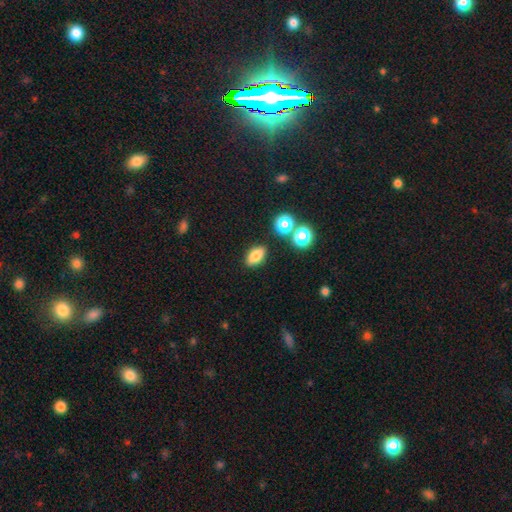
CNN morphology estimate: Smooth or featured? smooth (77%)
How rounded? in between (82%)
Merging? none (83%)